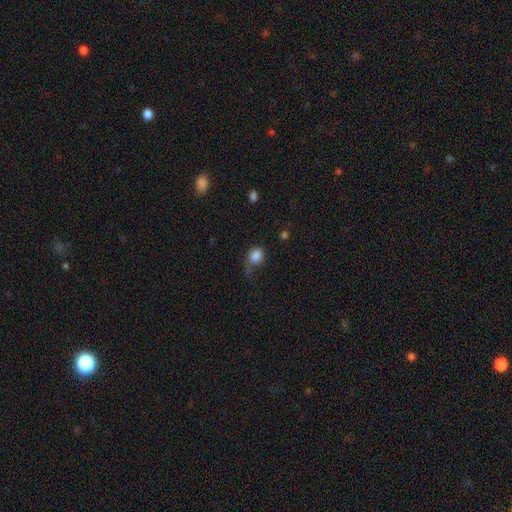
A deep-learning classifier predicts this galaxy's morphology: A smooth galaxy with no disk features (83%) that is round (61%). Merging: none (38%).